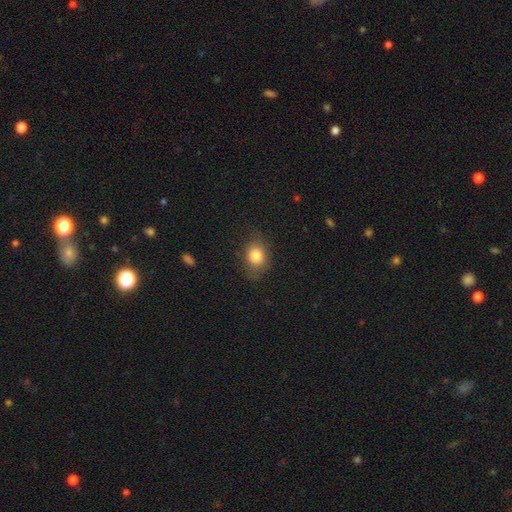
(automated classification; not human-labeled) Smooth or featured? smooth (82%)
How rounded? in between (61%)
Merging? none (76%)